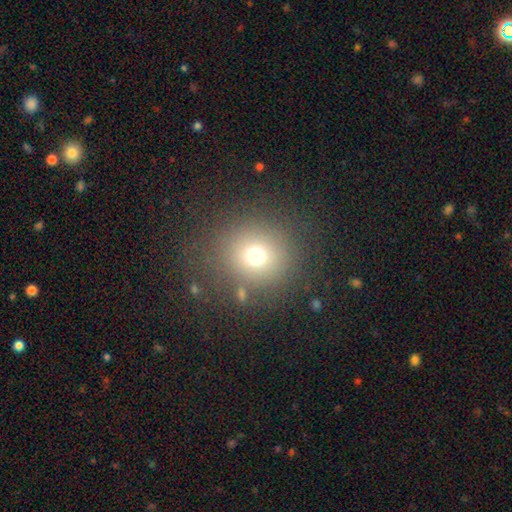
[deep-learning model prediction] Morphology: type=smooth (70%); roundness=round (89%); merging=none (81%).